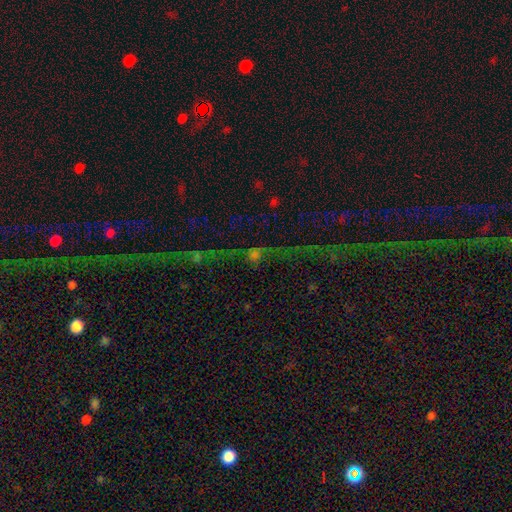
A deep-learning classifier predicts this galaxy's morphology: A star or artifact, not a galaxy (77%).

Vote fractions:
- Smooth or featured? star or artifact: 77% / smooth: 11% / featured or disk: 11%